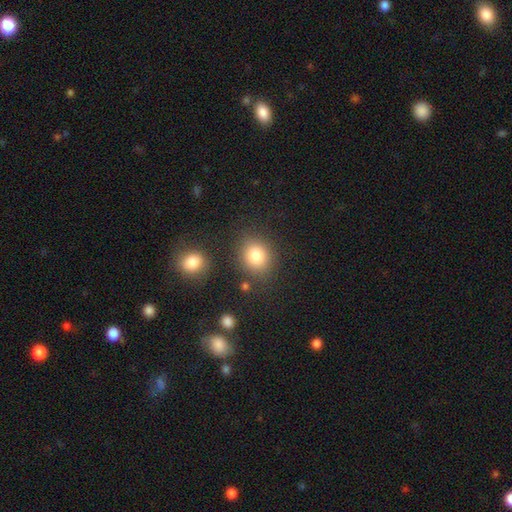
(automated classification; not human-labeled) Overall: smooth (82%). How rounded: round (68%; in between 31%). Merging: none (80%).